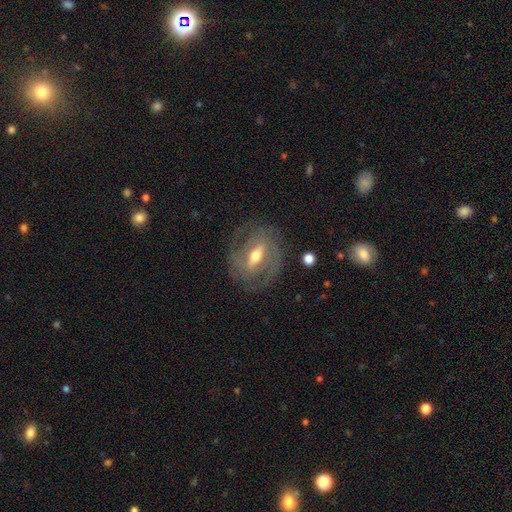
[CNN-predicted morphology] This is likely a featured or disk galaxy (77%). It is clearly not viewed edge-on (89%). Bar: possibly strong (51%). Spiral arm pattern: likely yes (75%). Spiral arm count: likely 2 (66%). Spiral winding: possibly tight (46%). Central bulge: likely moderate (72%). Merging: likely none (76%).